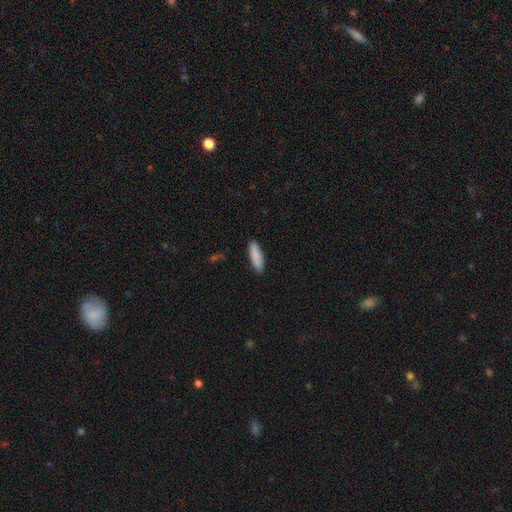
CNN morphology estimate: This is clearly a smooth galaxy (88%). How rounded: possibly cigar-shaped (57%). Merging: clearly none (89%).